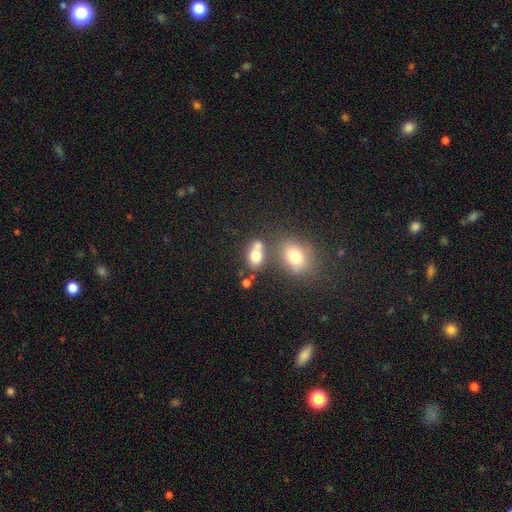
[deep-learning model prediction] Overall: smooth (76%). How rounded: in between (74%). Merging: none (42%; merger 39%).